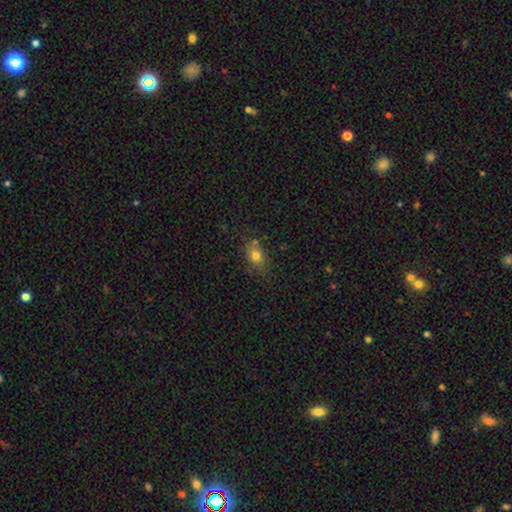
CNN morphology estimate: Smooth or featured: smooth — 77% (star or artifact — 12%)
How rounded: in between — 71% (round — 26%)
Merging: none — 73% (minor disturbance — 17%)